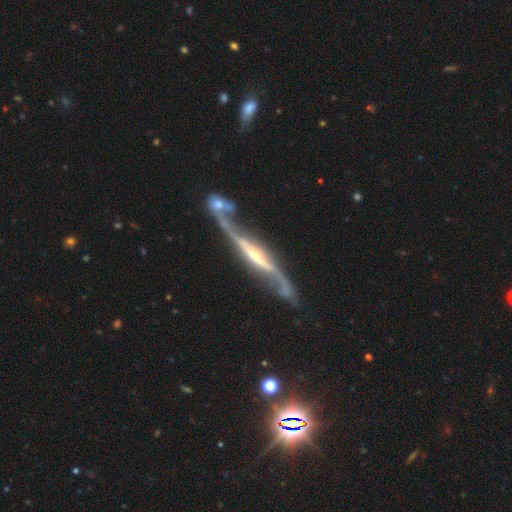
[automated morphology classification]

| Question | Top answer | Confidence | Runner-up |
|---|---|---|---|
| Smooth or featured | featured or disk | 90% | smooth (6%) |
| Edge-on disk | no | 53% | yes (47%) |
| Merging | none | 39% | merger (33%) |